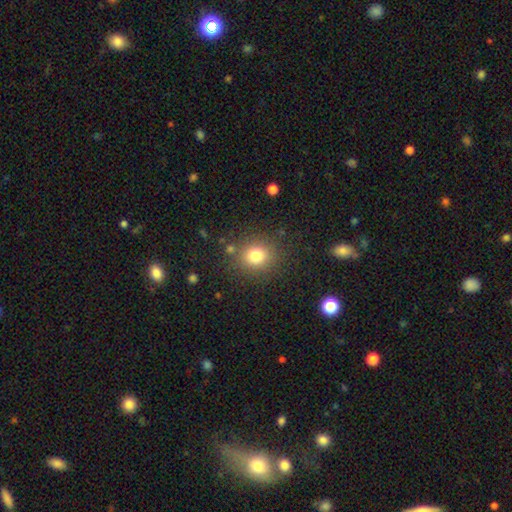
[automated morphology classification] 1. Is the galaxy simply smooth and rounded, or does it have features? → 79% smooth, 13% star or artifact, 7% featured or disk.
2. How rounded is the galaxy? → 79% round, 20% in between, 1% cigar-shaped.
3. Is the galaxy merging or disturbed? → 84% none, 9% minor disturbance, 4% major disturbance, 3% merger.